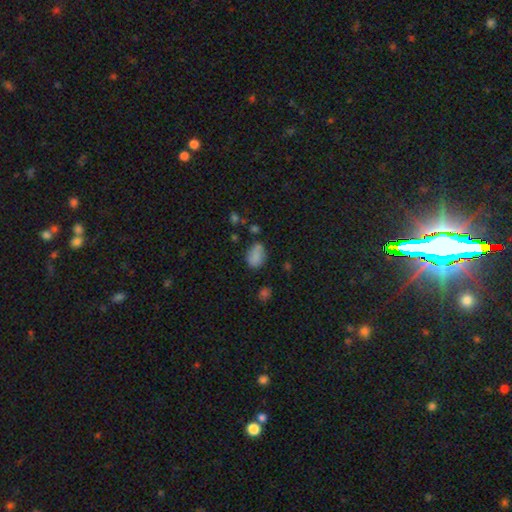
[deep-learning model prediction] Smooth or featured? Predicted: smooth (p=0.82). How rounded? Predicted: in between (p=0.79). Merging? Predicted: none (p=0.64).